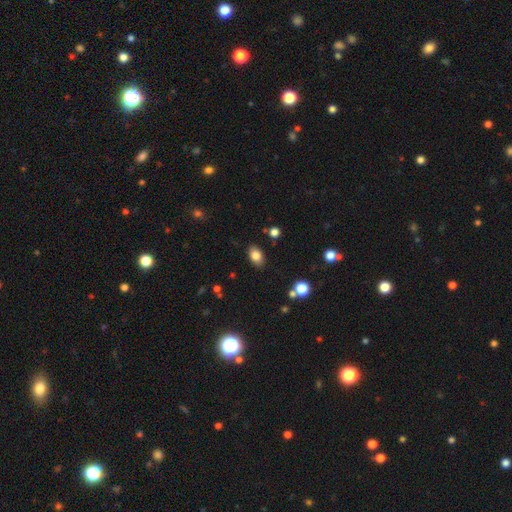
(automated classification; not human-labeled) Q: Smooth or featured?
A: smooth (81%); runner-up: star or artifact (9%)
Q: How rounded?
A: in between (87%); runner-up: round (11%)
Q: Merging?
A: none (86%); runner-up: minor disturbance (10%)